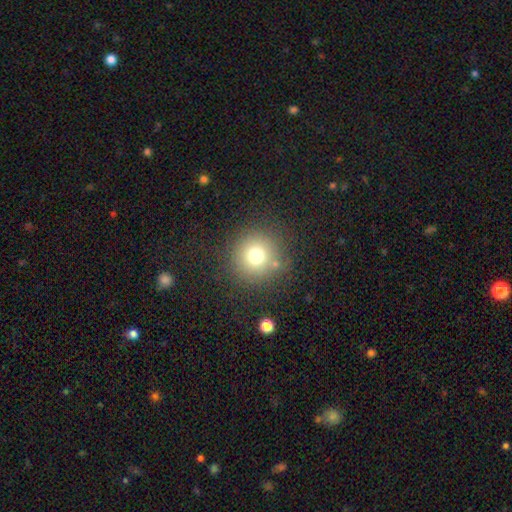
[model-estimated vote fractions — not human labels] Smooth or featured? Predicted: smooth (p=0.73). How rounded? Predicted: round (p=0.94). Merging? Predicted: none (p=0.82).